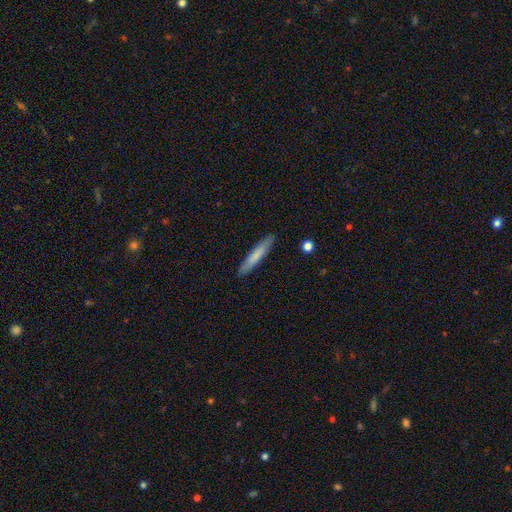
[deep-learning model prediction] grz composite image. It shows a smooth galaxy with no disk features (74%) that is cigar-shaped (93%). Merging: none (89%).